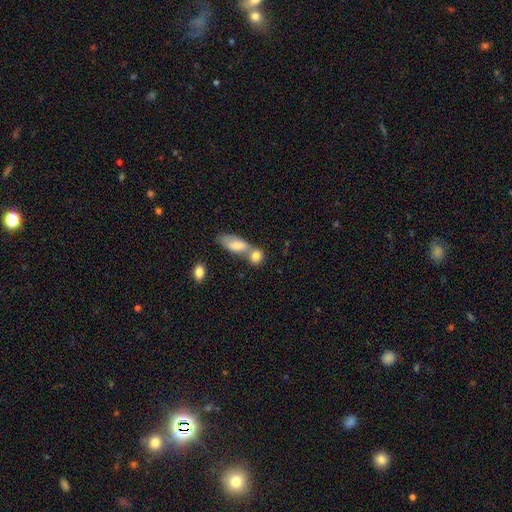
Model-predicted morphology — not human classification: smooth 80%, featured or disk 12%, star or artifact 8%. Down the decision tree: how rounded — in between (64%); merging — merger (57%).